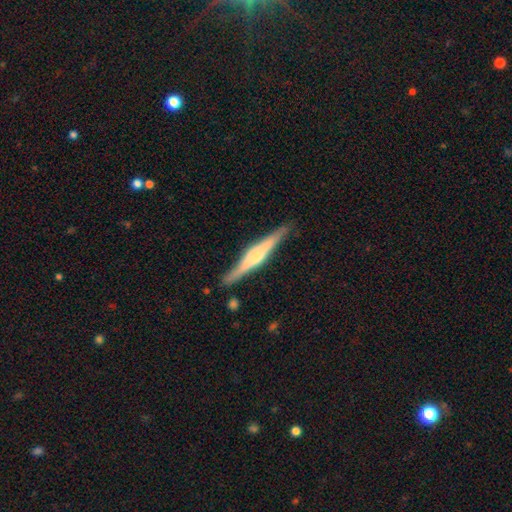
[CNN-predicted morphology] Overall: featured or disk (70%). Edge-on disk: yes (97%). Edge-on bulge: rounded (53%; boxy 36%). Merging: none (86%).